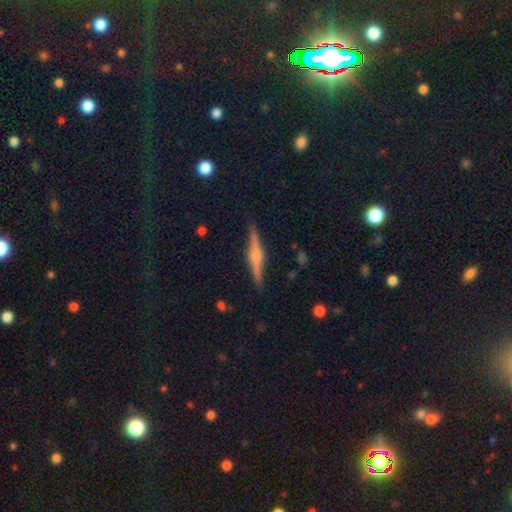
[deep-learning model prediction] Q: Smooth or featured?
A: featured or disk (77%); runner-up: smooth (17%)
Q: Edge-on disk?
A: yes (98%); runner-up: no (2%)
Q: Edge-on bulge?
A: rounded (81%); runner-up: boxy (14%)
Q: Merging?
A: none (89%); runner-up: minor disturbance (8%)